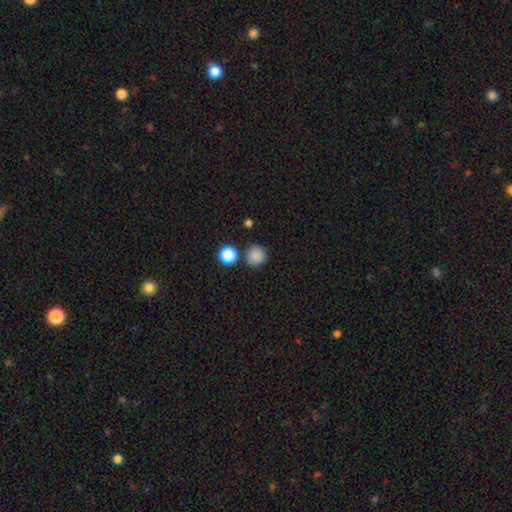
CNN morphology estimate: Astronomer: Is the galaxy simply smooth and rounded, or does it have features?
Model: smooth — 85%.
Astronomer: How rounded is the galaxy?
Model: round — 92%.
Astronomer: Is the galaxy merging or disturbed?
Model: none — 80%.